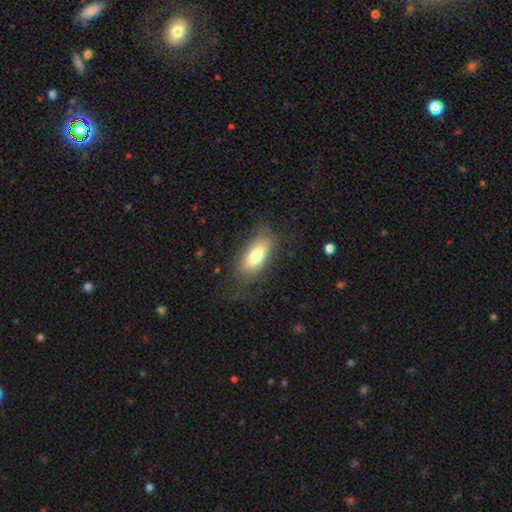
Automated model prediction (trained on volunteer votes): Smooth or featured? Predicted: smooth (p=0.73). How rounded? Predicted: in between (p=0.81). Merging? Predicted: none (p=0.74).